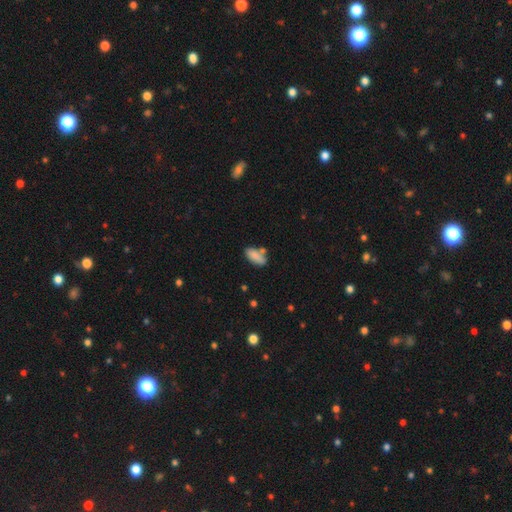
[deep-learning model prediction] Overall: smooth (84%). How rounded: in between (88%). Merging: none (59%).